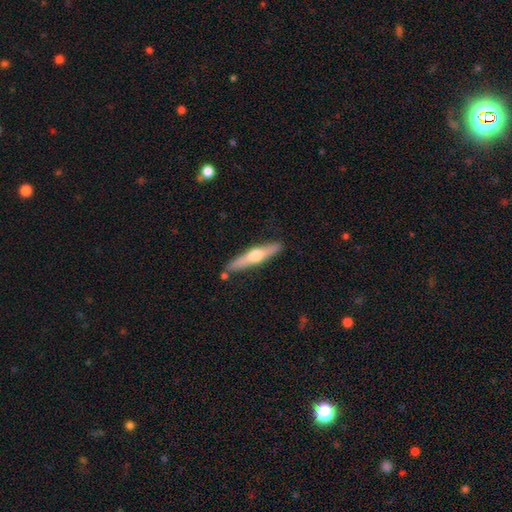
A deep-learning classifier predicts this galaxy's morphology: A featured or disk galaxy (54%) viewed edge-on (93%) with a rounded central bulge (91%). Merging: none (82%).